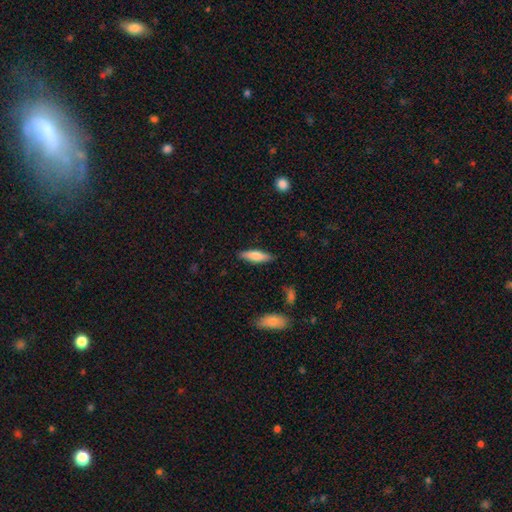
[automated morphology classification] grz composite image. It shows a smooth galaxy with no disk features (74%) that is cigar-shaped (58%). Merging: none (86%).